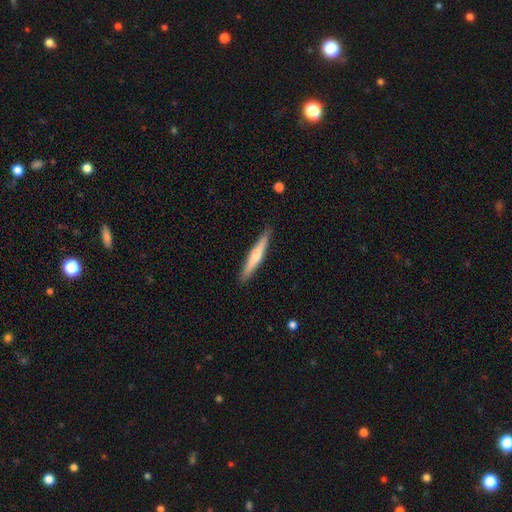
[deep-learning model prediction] Smooth or featured? smooth (48%)
Merging? none (90%)